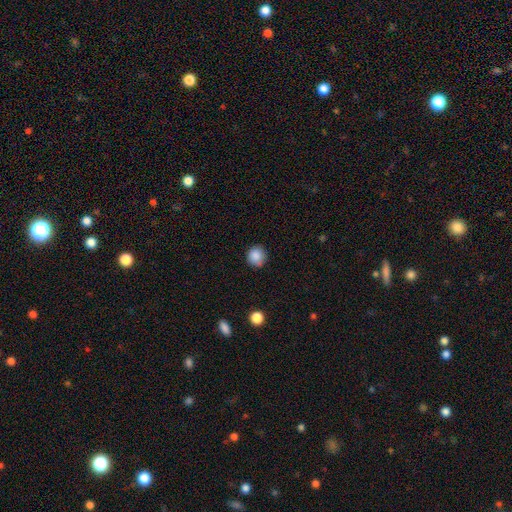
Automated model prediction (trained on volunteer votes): This is clearly a smooth galaxy (86%). How rounded: clearly round (90%). Merging: clearly none (82%).